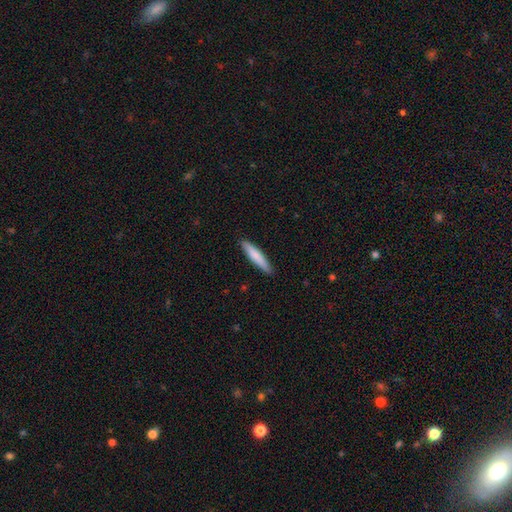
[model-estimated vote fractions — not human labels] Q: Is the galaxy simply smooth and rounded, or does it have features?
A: smooth — 78%.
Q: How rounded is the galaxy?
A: cigar-shaped — 89%.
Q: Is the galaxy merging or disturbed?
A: none — 90%.